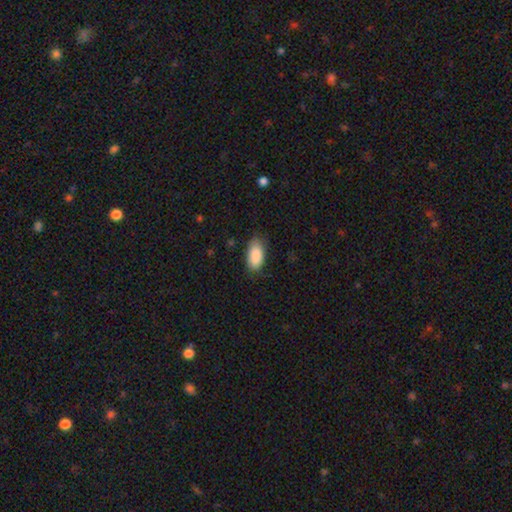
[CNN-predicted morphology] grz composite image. It shows a smooth galaxy with no disk features (89%) that is in between round and cigar-shaped (94%). Merging: none (77%).